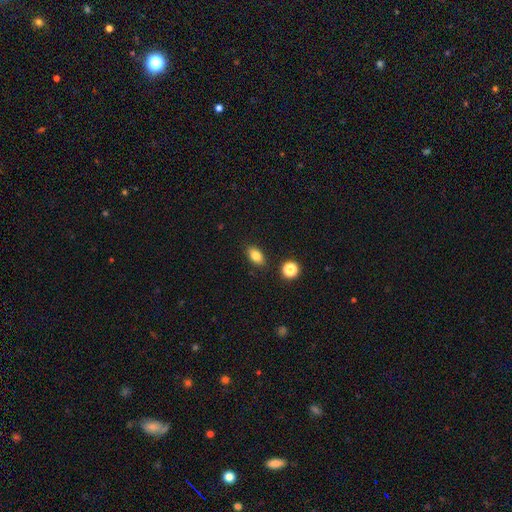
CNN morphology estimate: Overall: smooth (81%). How rounded: in between (86%). Merging: none (86%).